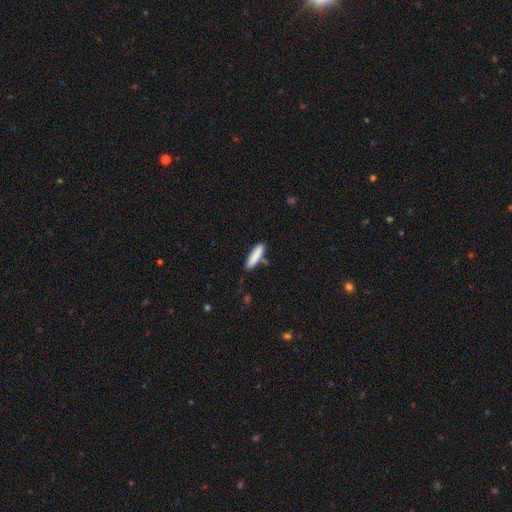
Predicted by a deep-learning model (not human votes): Smooth or featured?
  - smooth: 87% *
  - featured or disk: 8%
  - star or artifact: 6%
How rounded?
  - cigar-shaped: 72% *
  - in between: 27%
  - round: 1%
Merging?
  - none: 78% *
  - minor disturbance: 14%
  - merger: 5%
  - major disturbance: 3%